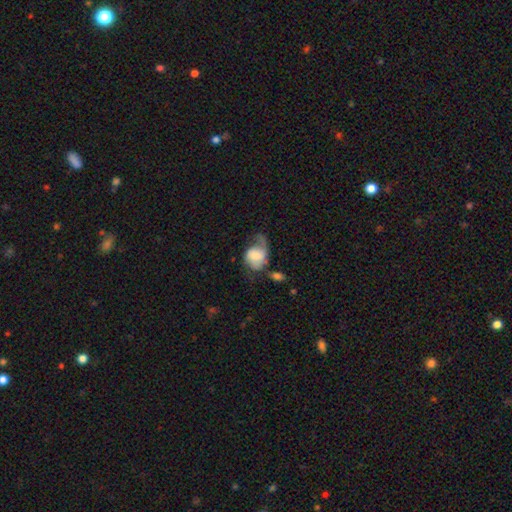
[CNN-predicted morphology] Smooth or featured?
  - smooth: 47% *
  - featured or disk: 46%
  - star or artifact: 7%
Merging?
  - major disturbance: 41% *
  - minor disturbance: 26%
  - none: 24%
  - merger: 9%